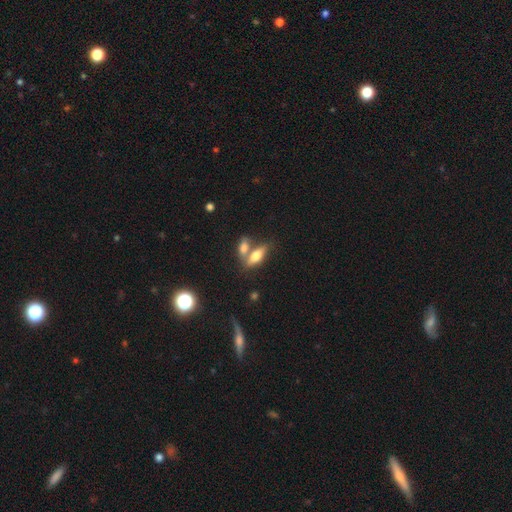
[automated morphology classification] A smooth galaxy with no disk features (69%) that is in between round and cigar-shaped (73%). Merging: merger (48%).